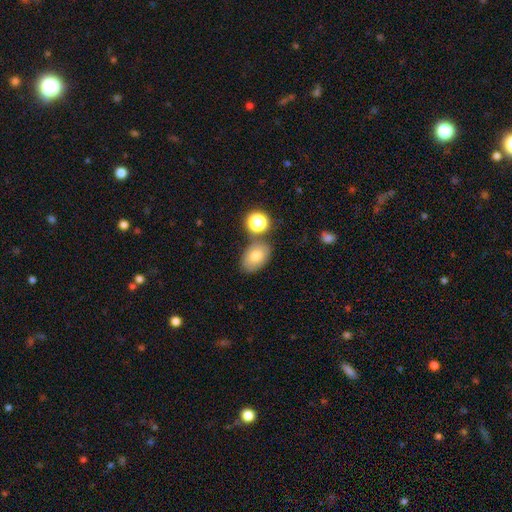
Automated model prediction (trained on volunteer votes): Smooth or featured?
  - smooth: 75% *
  - featured or disk: 14%
  - star or artifact: 11%
How rounded?
  - in between: 84% *
  - round: 15%
  - cigar-shaped: 1%
Merging?
  - none: 68% *
  - minor disturbance: 16%
  - merger: 12%
  - major disturbance: 5%